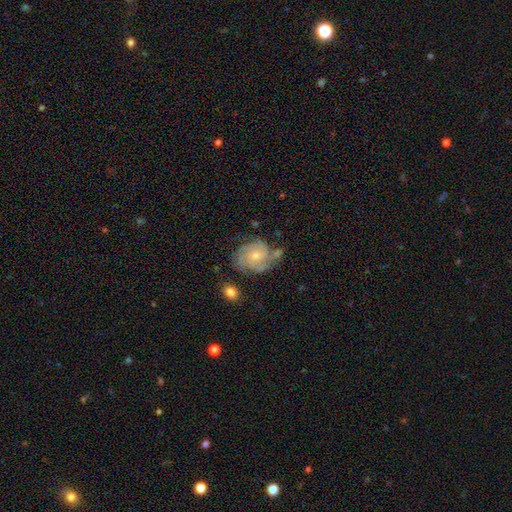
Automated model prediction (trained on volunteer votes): featured or disk 79%, smooth 15%, star or artifact 6%. Down the decision tree: edge-on disk — no (98%); bar — no (74%); spiral arms — yes (95%); spiral arm count — 3 (37%); spiral winding — tight (56%); bulge size — small (65%); merging — none (59%).